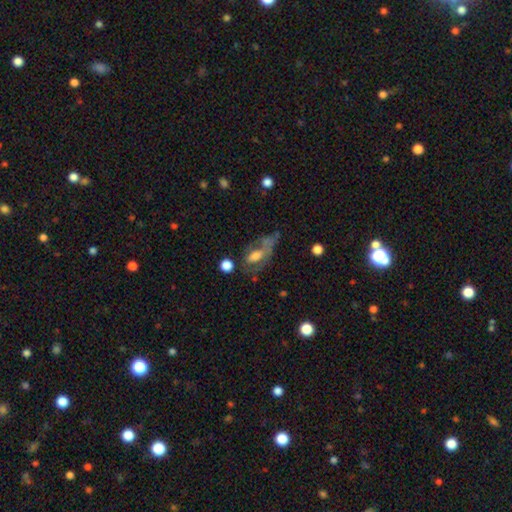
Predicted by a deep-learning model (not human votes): Smooth or featured: smooth — 49% (featured or disk — 39%)
Merging: major disturbance — 38% (none — 29%)